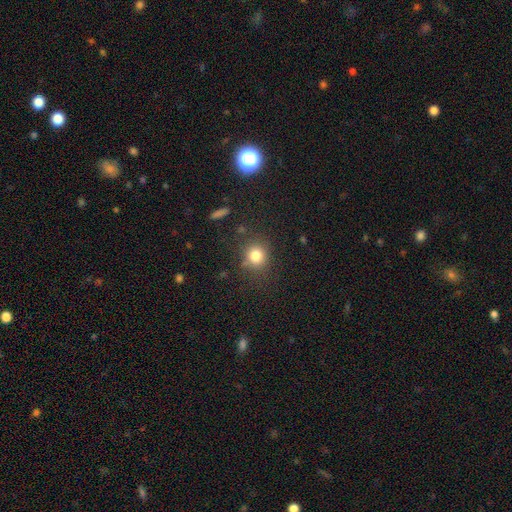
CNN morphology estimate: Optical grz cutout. It shows a smooth galaxy with no disk features (81%) that is round (83%). Merging: none (81%).